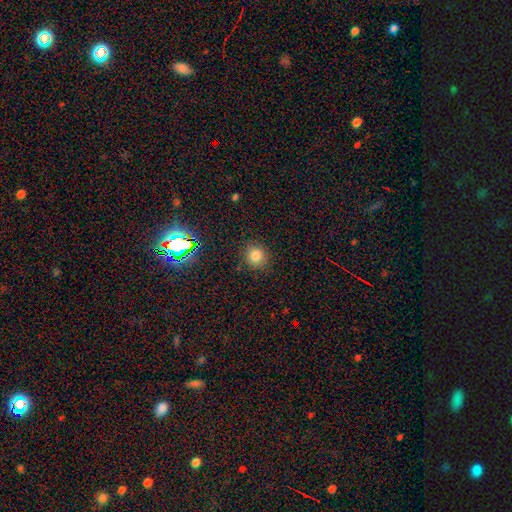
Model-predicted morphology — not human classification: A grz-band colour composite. It shows a smooth galaxy with no disk features (78%) that is round (88%). Merging: none (87%).